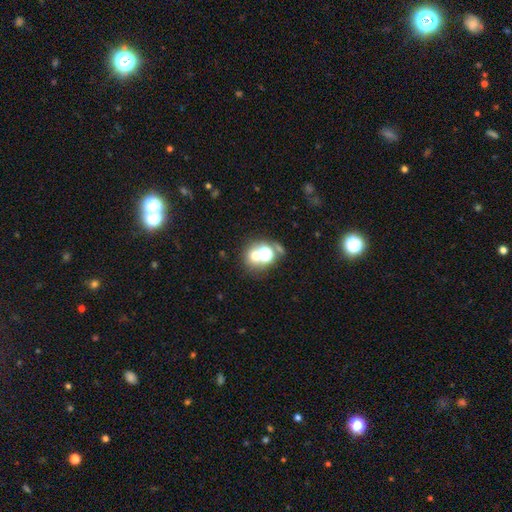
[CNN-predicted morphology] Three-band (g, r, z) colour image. It shows a smooth galaxy with no disk features (54%) that is round (79%). Merging: none (53%).